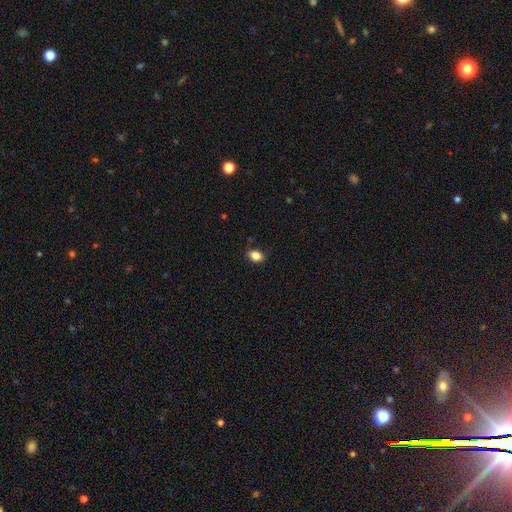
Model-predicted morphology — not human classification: Smooth or featured? smooth (85%)
How rounded? in between (81%)
Merging? none (86%)